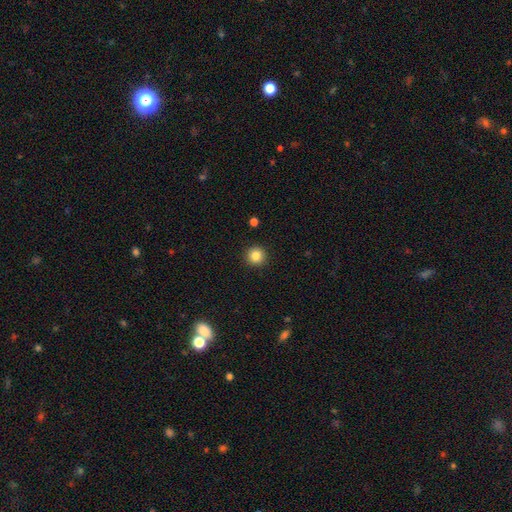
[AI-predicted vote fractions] Overall: smooth (84%). How rounded: round (95%). Merging: none (92%).